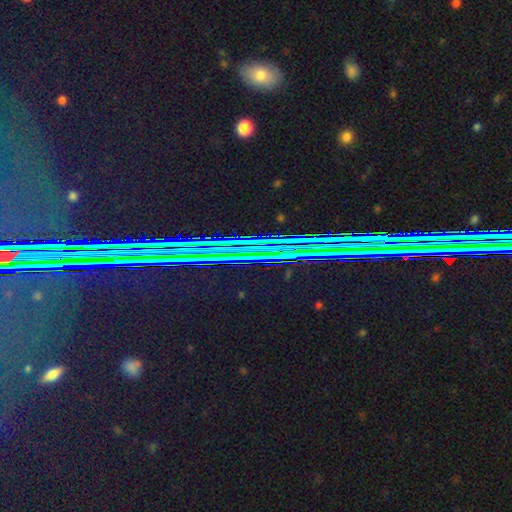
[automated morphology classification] smooth-or-featured: star or artifact: 83% | featured or disk: 10% | smooth: 8%